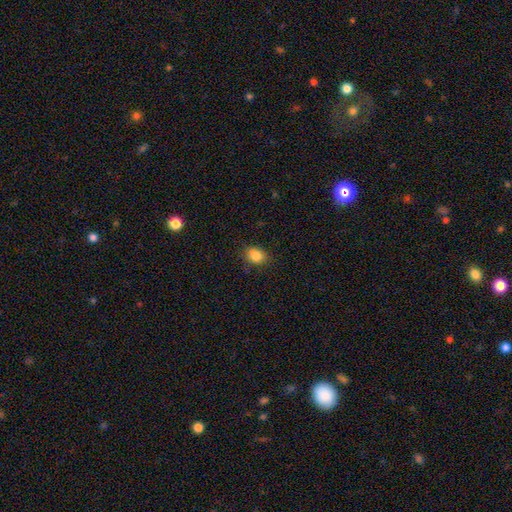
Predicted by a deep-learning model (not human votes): Overall: smooth (83%). How rounded: in between (58%; round 41%). Merging: none (76%).